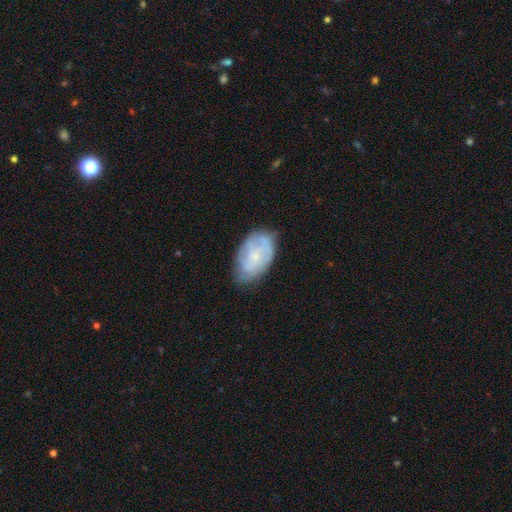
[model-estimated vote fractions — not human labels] Morphology: type=featured or disk (57%); edge-on=no (96%); bar=no (79%); spiral arms=yes (74%); bulge=small (71%); merging=none (67%).